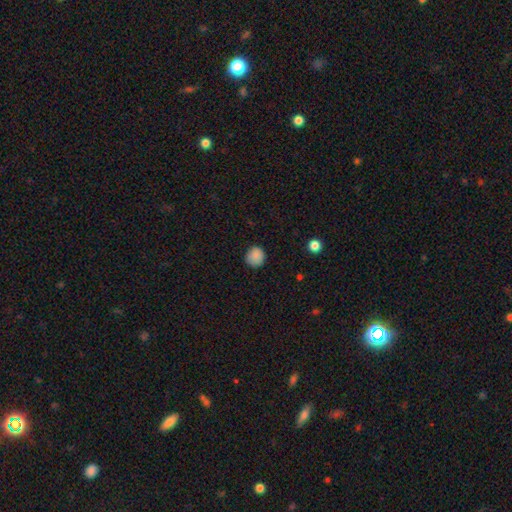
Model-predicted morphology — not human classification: smooth-or-featured: smooth: 86% | star or artifact: 9% | featured or disk: 4%
  how-rounded: round: 89% | in between: 11% | cigar-shaped: 1%
  merging: none: 84% | minor disturbance: 12% | major disturbance: 2% | merger: 1%